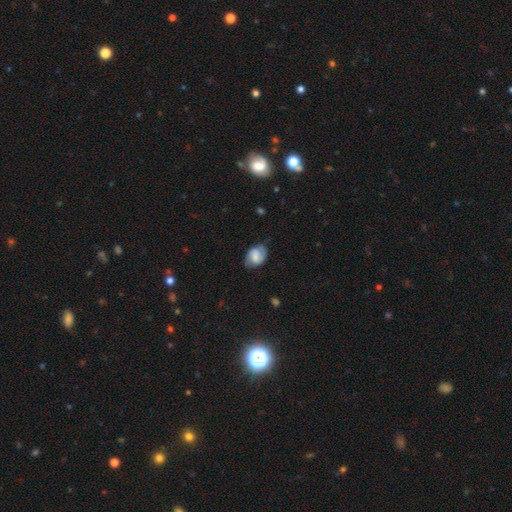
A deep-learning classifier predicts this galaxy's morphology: The model was most divided on "smooth or featured": featured or disk: 48%, smooth: 44%, star or artifact: 8%. More confident: merging — none (70%).